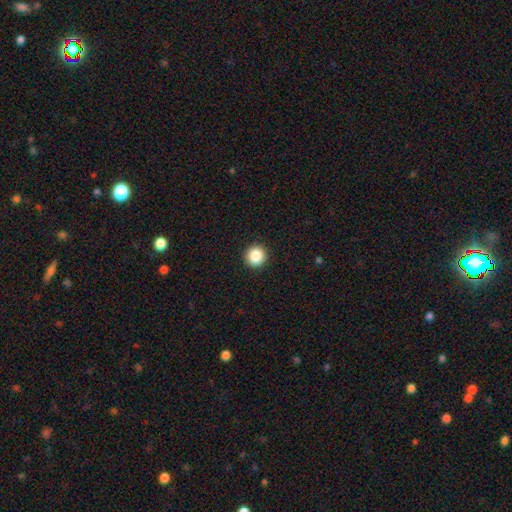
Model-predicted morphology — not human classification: This is clearly a smooth galaxy (87%). How rounded: clearly round (95%). Merging: clearly none (93%).